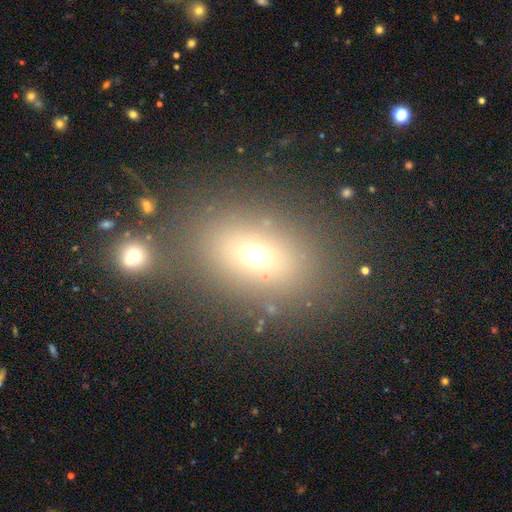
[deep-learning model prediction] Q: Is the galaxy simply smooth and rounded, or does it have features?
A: smooth — 63%.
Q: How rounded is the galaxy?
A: in between — 66%.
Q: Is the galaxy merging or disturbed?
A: none — 72%.